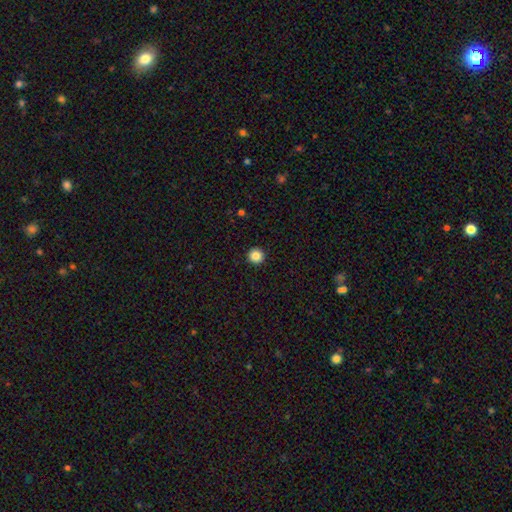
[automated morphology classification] A smooth galaxy with no disk features (86%) that is round (96%).

Vote fractions:
- Smooth or featured? smooth: 86% / star or artifact: 10% / featured or disk: 4%
- How rounded? round: 96% / in between: 3% / cigar-shaped: 1%
- Merging? none: 94% / minor disturbance: 4% / major disturbance: 1% / merger: 1%